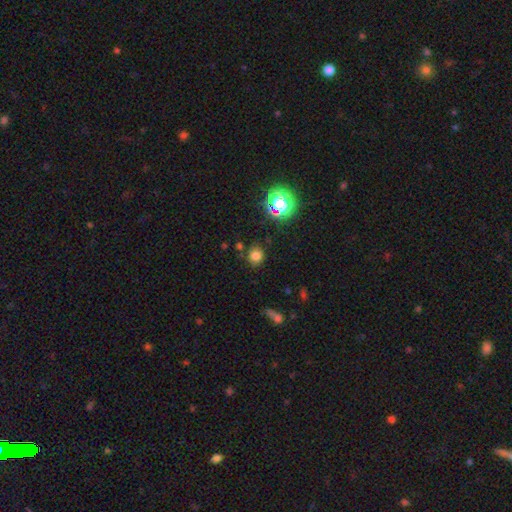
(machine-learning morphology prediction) This is likely a smooth galaxy (74%). How rounded: likely round (80%). Merging: clearly none (80%).